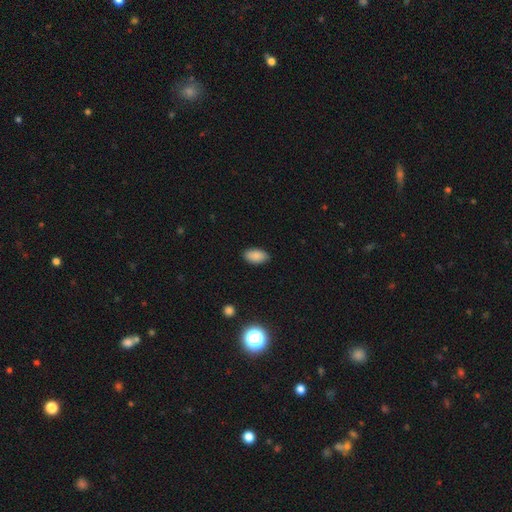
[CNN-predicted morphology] Q: Smooth or featured?
A: smooth (87%); runner-up: star or artifact (8%)
Q: How rounded?
A: in between (94%); runner-up: round (4%)
Q: Merging?
A: none (86%); runner-up: minor disturbance (11%)